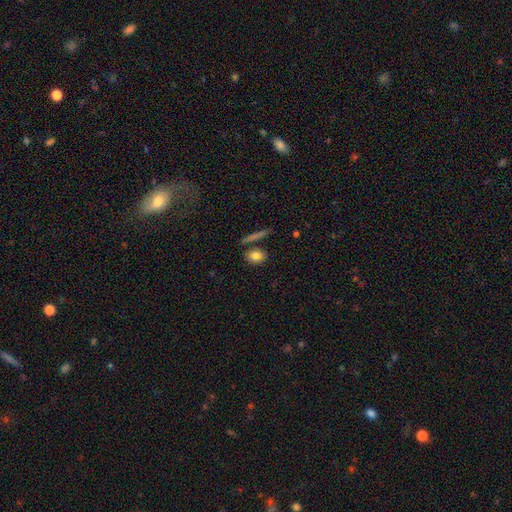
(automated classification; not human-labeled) A smooth galaxy with no disk features (83%) that is in between round and cigar-shaped (64%). Merging: none (76%).